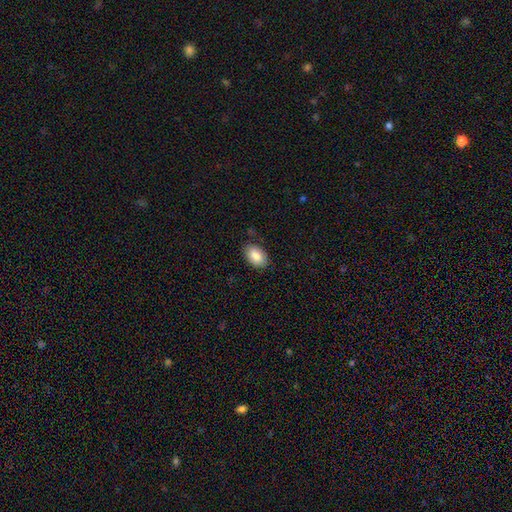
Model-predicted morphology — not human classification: A smooth galaxy with no disk features (87%) that is in between round and cigar-shaped (92%).

Vote fractions:
- Smooth or featured? smooth: 87% / star or artifact: 7% / featured or disk: 6%
- How rounded? in between: 92% / round: 7% / cigar-shaped: 1%
- Merging? none: 82% / minor disturbance: 14% / major disturbance: 3% / merger: 1%